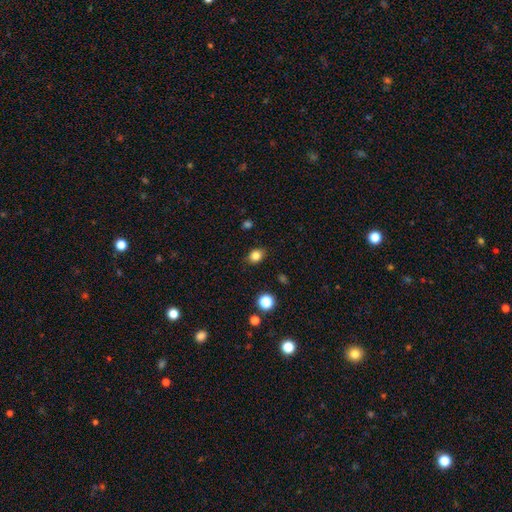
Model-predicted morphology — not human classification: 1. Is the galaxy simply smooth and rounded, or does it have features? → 83% smooth, 11% star or artifact, 5% featured or disk.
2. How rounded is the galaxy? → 57% in between, 42% round, 1% cigar-shaped.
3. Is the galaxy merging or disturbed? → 85% none, 11% minor disturbance, 3% major disturbance, 1% merger.